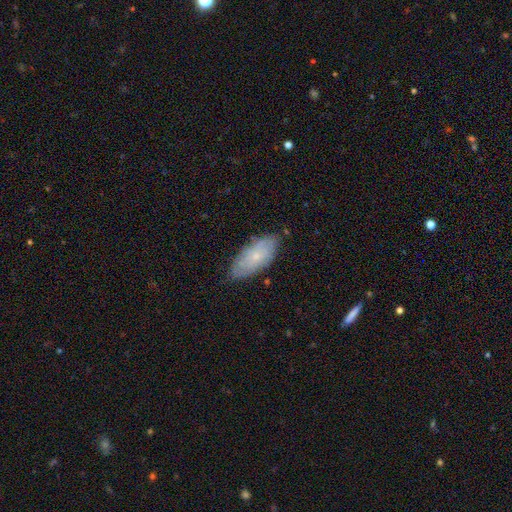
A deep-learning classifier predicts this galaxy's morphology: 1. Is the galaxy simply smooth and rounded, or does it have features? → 52% smooth, 41% featured or disk, 7% star or artifact.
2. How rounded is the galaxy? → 88% in between, 10% cigar-shaped, 3% round.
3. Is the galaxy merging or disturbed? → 77% none, 18% minor disturbance, 3% major disturbance, 1% merger.